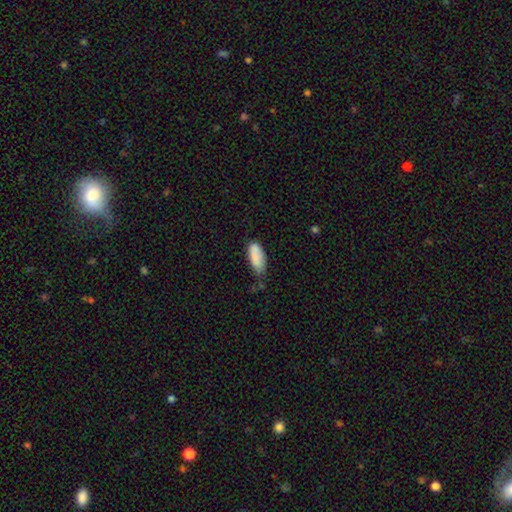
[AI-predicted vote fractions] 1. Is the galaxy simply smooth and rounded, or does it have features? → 85% smooth, 8% featured or disk, 7% star or artifact.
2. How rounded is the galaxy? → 83% in between, 15% cigar-shaped, 2% round.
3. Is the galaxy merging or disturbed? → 49% none, 37% minor disturbance, 9% major disturbance, 5% merger.